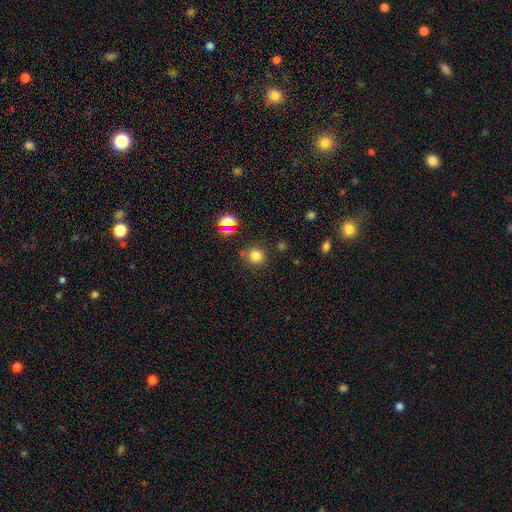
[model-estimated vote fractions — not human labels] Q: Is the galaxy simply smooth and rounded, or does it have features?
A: smooth — 77%.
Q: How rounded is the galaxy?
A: round — 88%.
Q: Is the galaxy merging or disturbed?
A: none — 81%.